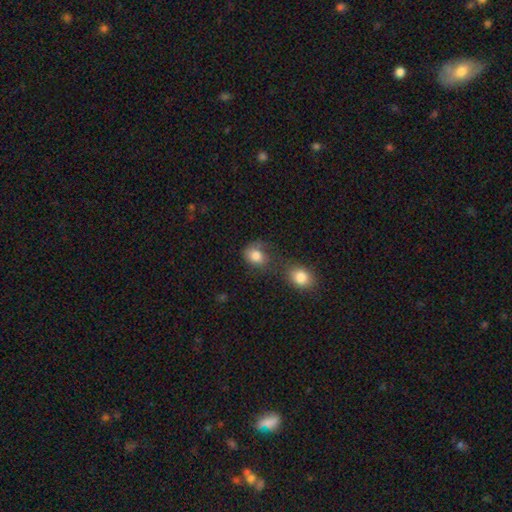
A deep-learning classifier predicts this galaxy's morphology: The model was most divided on "how rounded": round: 51%, in between: 48%, cigar-shaped: 1%. Remaining: smooth or featured — smooth (82%); merging — none (40%).